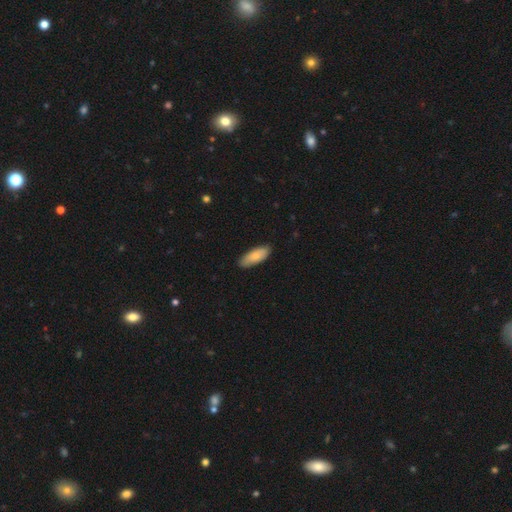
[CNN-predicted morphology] Overall: smooth (79%). How rounded: in between (78%). Merging: none (85%).